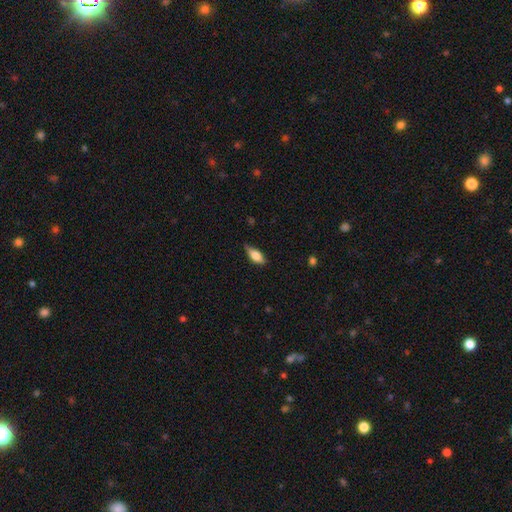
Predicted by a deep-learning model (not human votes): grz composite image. It shows a smooth galaxy with no disk features (69%) that is in between round and cigar-shaped (77%). Merging: none (74%).